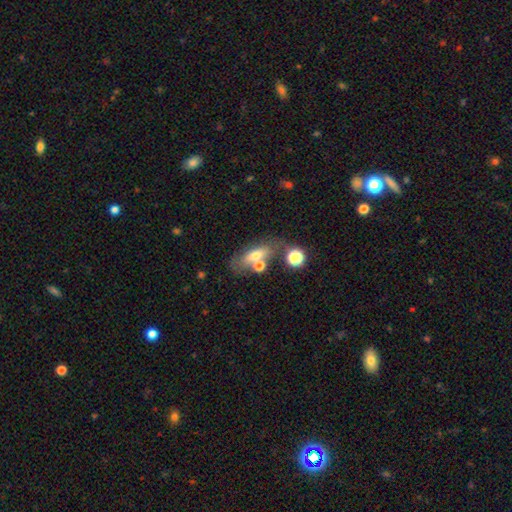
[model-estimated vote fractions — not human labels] smooth 60%, featured or disk 28%, star or artifact 12%. Down the decision tree: how rounded — in between (63%); merging — none (55%).